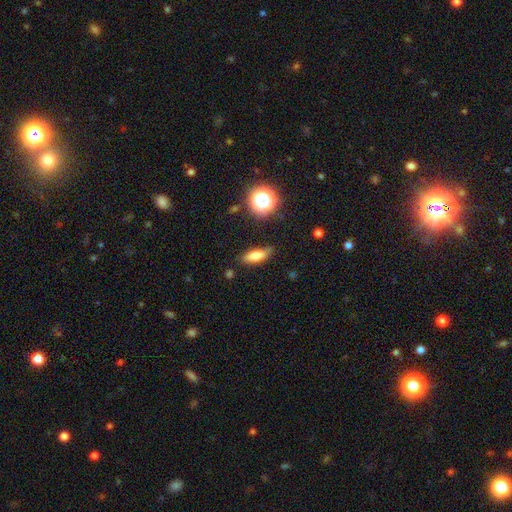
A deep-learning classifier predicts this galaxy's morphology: Smooth or featured: smooth — 74% (featured or disk — 15%)
How rounded: in between — 61% (cigar-shaped — 34%)
Merging: none — 75% (minor disturbance — 18%)